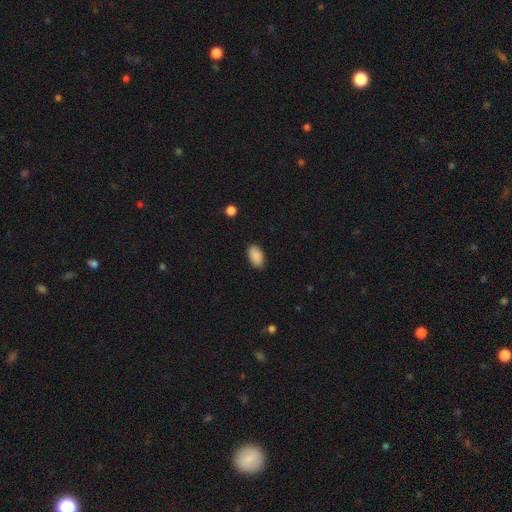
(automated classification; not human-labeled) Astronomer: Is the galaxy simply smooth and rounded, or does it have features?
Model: smooth — 90%.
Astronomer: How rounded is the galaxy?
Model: in between — 93%.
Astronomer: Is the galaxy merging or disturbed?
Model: none — 87%.